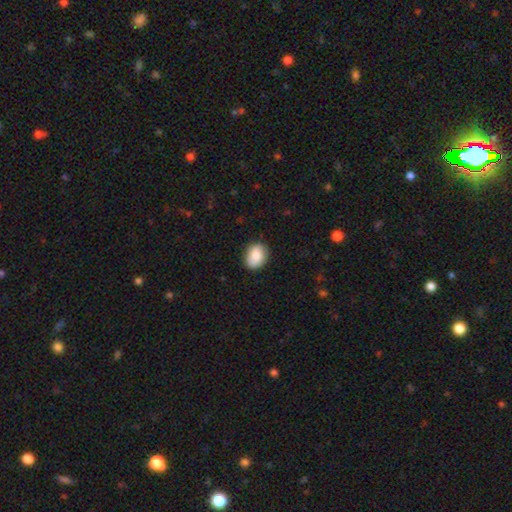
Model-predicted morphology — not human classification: Q: Smooth or featured?
A: smooth (87%); runner-up: star or artifact (7%)
Q: How rounded?
A: in between (64%); runner-up: round (35%)
Q: Merging?
A: none (82%); runner-up: minor disturbance (14%)